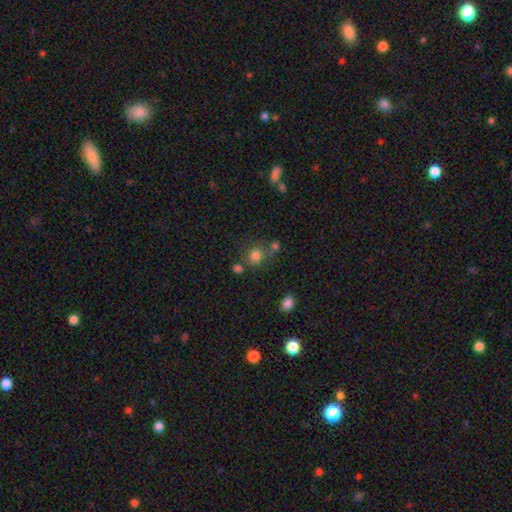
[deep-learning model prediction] Smooth or featured? smooth (77%)
How rounded? round (70%)
Merging? none (56%)